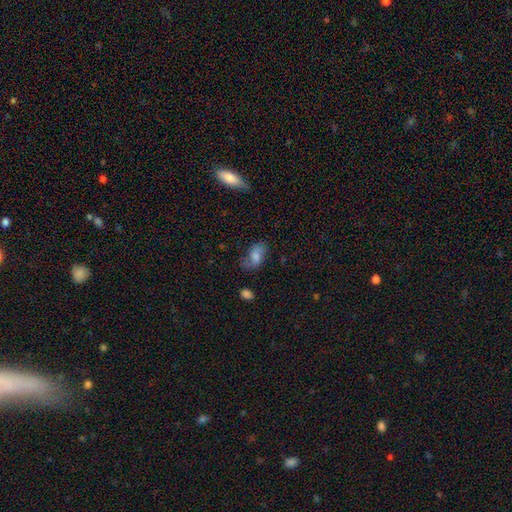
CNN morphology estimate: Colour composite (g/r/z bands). It shows a smooth galaxy with no disk features (62%) that is in between round and cigar-shaped (89%). Merging: none (58%).